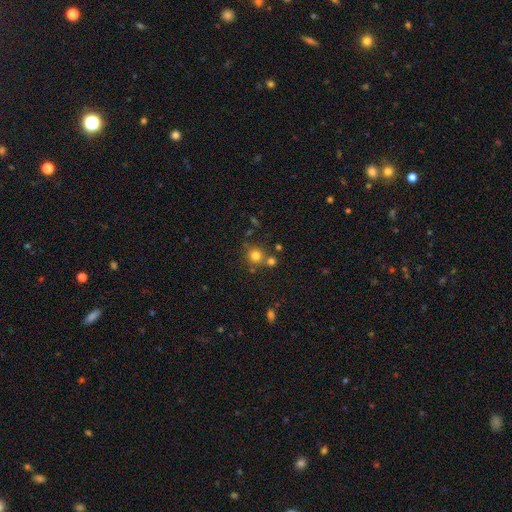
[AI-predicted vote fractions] smooth-or-featured: smooth: 78% | star or artifact: 15% | featured or disk: 8%
  how-rounded: round: 91% | in between: 8% | cigar-shaped: 1%
  merging: none: 68% | merger: 19% | minor disturbance: 9% | major disturbance: 4%